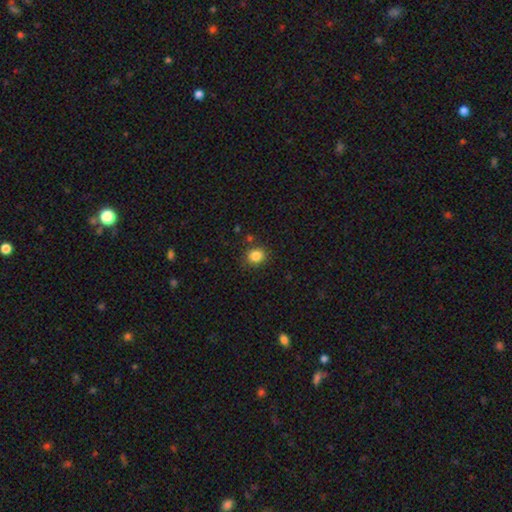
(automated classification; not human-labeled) This is clearly a smooth galaxy (85%). How rounded: likely round (77%). Merging: clearly none (84%).